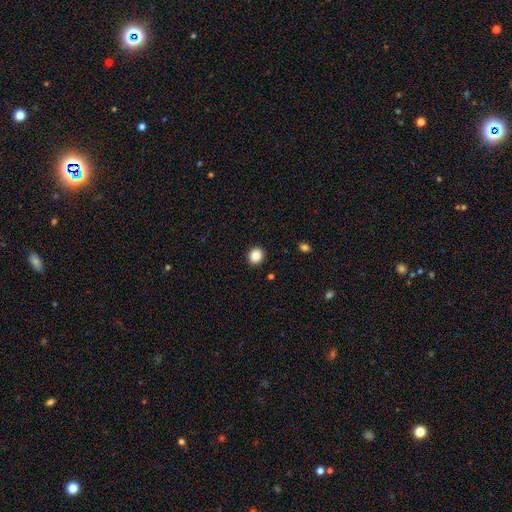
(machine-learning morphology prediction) smooth 87%, star or artifact 9%, featured or disk 4%. Down the decision tree: how rounded — round (76%); merging — none (92%).